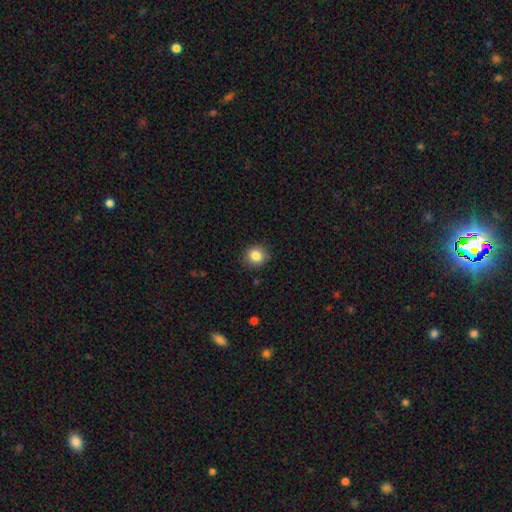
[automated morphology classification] smooth 85%, star or artifact 10%, featured or disk 6%. Down the decision tree: how rounded — round (83%); merging — none (88%).